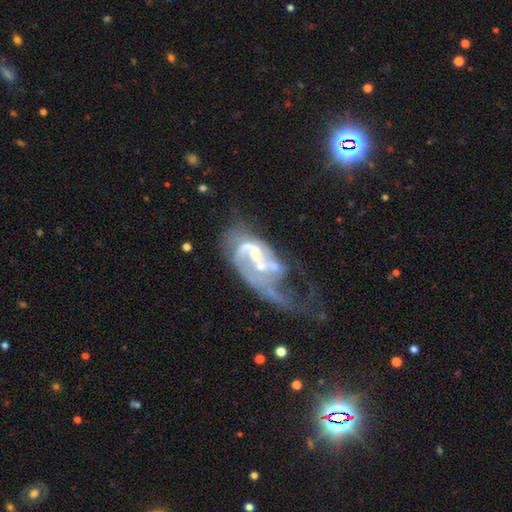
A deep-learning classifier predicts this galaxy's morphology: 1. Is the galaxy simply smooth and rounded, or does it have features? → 79% featured or disk, 12% smooth, 8% star or artifact.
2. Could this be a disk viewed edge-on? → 97% no, 3% yes.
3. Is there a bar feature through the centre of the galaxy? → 50% no, 36% weak, 13% strong.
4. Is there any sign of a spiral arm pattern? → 73% yes, 27% no.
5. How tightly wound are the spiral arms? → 48% loose, 34% medium, 18% tight.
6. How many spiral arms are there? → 38% 1, 36% 2, 19% can't tell, 4% 3, 2% 4, 2% more than 4.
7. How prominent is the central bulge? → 46% small, 35% moderate, 14% none, 4% large, 2% dominant.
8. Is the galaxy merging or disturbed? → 46% major disturbance, 26% merger, 16% none, 12% minor disturbance.